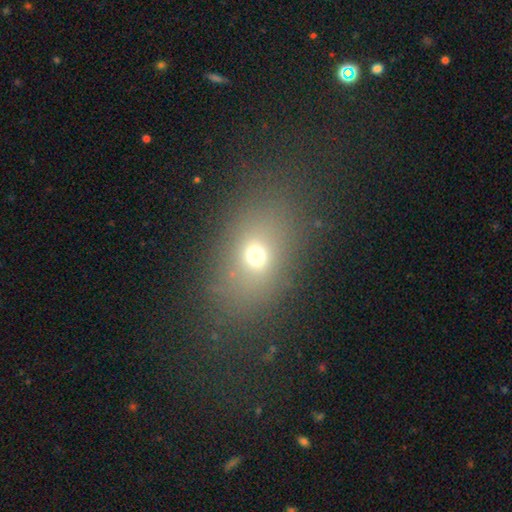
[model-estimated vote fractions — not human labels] This is likely a smooth galaxy (65%). How rounded: likely in between (70%). Merging: likely none (76%).